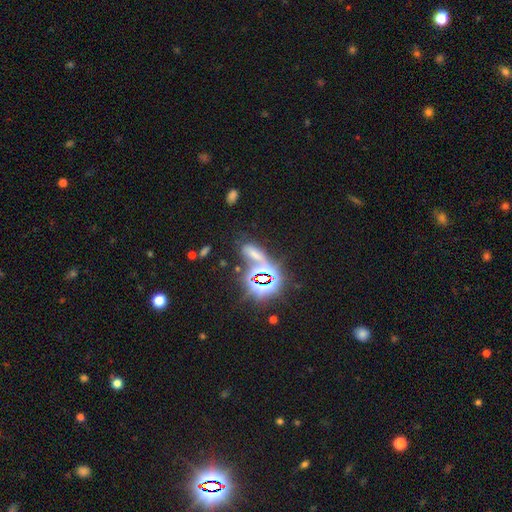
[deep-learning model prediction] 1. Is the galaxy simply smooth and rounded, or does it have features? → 56% star or artifact, 32% smooth, 12% featured or disk.